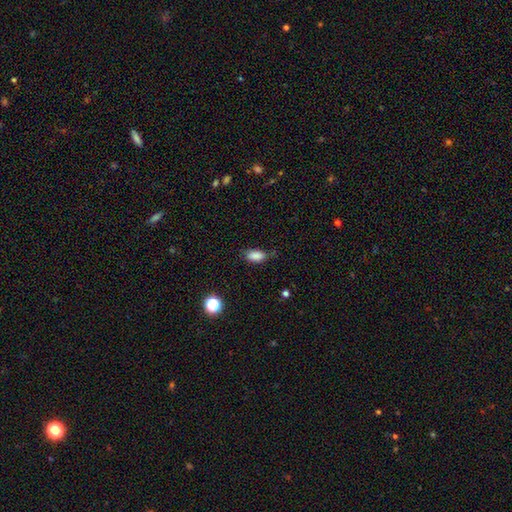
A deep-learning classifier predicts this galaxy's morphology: This is clearly a smooth galaxy (85%). How rounded: clearly in between (88%). Merging: likely none (67%).